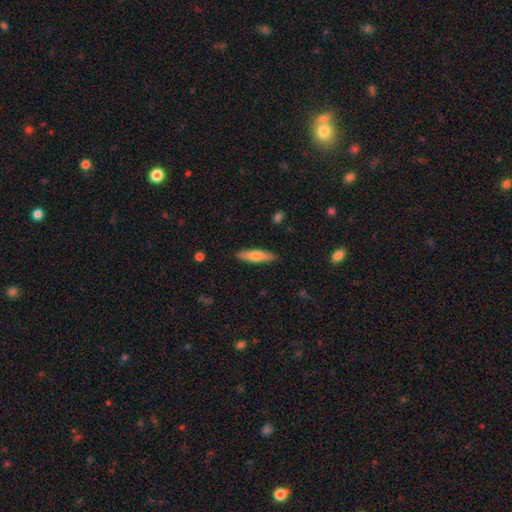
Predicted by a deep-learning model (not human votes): A smooth galaxy with no disk features (68%) that is cigar-shaped (74%). Merging: none (89%).